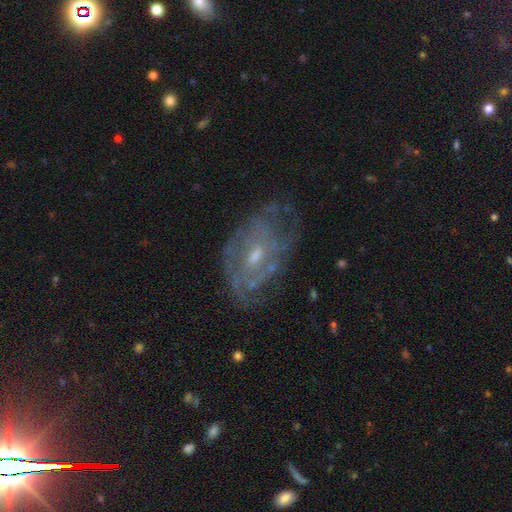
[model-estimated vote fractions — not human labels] The model was most divided on "bulge size": small: 51%, moderate: 43%, none: 4%, large: 2%, dominant: 1%. More confident: edge-on disk — no (95%); smooth or featured — featured or disk (74%); spiral arms — yes (67%); bar — no (62%); merging — none (56%).